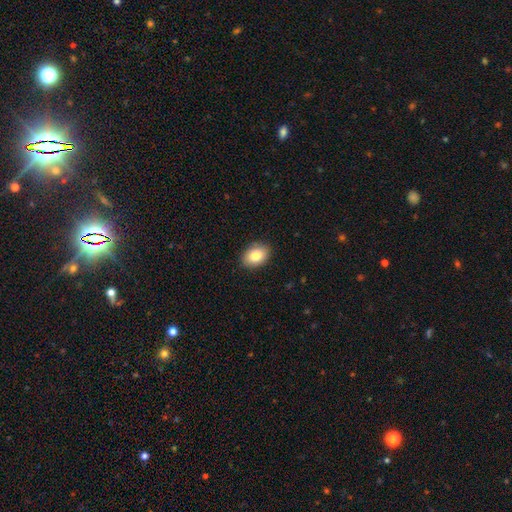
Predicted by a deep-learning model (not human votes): Q: Smooth or featured?
A: smooth (84%); runner-up: featured or disk (9%)
Q: How rounded?
A: in between (78%); runner-up: round (21%)
Q: Merging?
A: none (89%); runner-up: minor disturbance (8%)